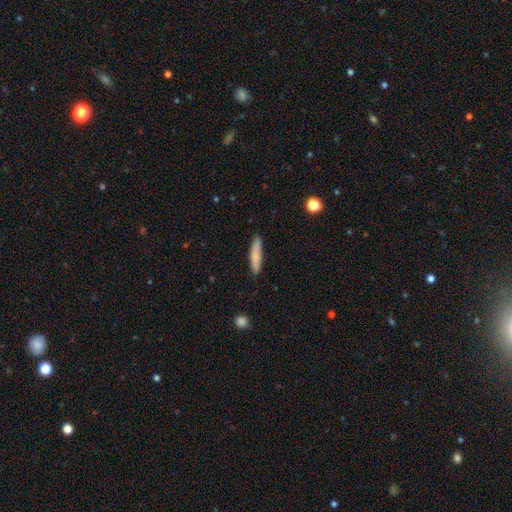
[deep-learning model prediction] This appears to be a smooth galaxy with no disk features (81%) that is cigar-shaped (87%). Merging: none (87%).